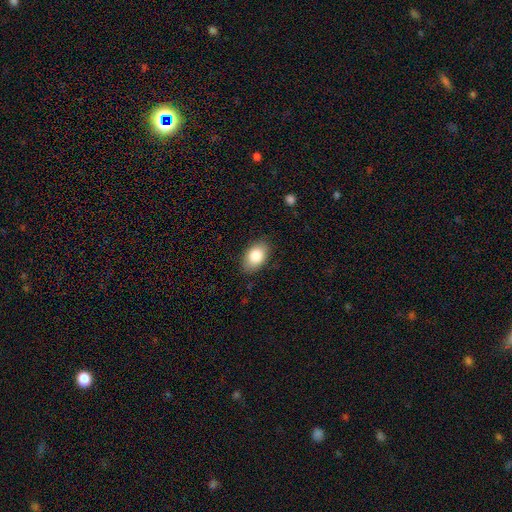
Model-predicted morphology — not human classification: Smooth or featured?
  - smooth: 83% *
  - featured or disk: 10%
  - star or artifact: 7%
How rounded?
  - in between: 90% *
  - round: 9%
  - cigar-shaped: 1%
Merging?
  - none: 85% *
  - minor disturbance: 12%
  - major disturbance: 3%
  - merger: 1%